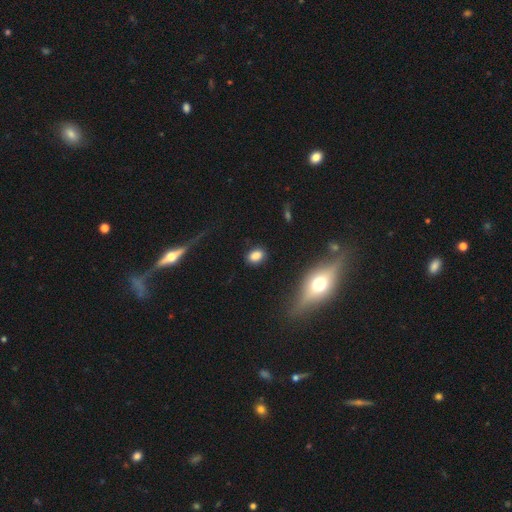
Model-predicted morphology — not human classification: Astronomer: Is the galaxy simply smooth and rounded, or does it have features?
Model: smooth — 82%.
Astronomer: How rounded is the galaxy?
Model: in between — 73%.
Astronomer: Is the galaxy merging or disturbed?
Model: none — 86%.